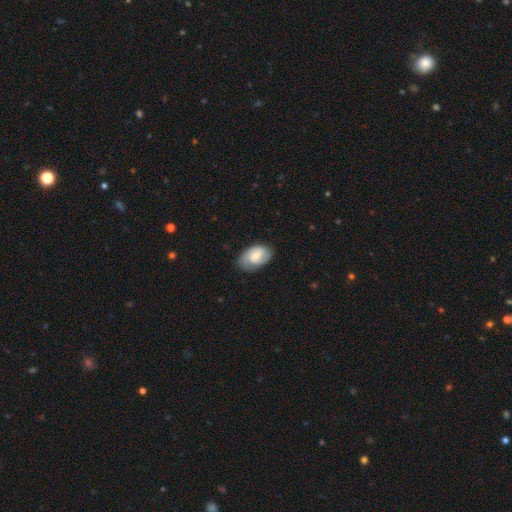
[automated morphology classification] Smooth or featured? smooth (48%)
Merging? none (71%)